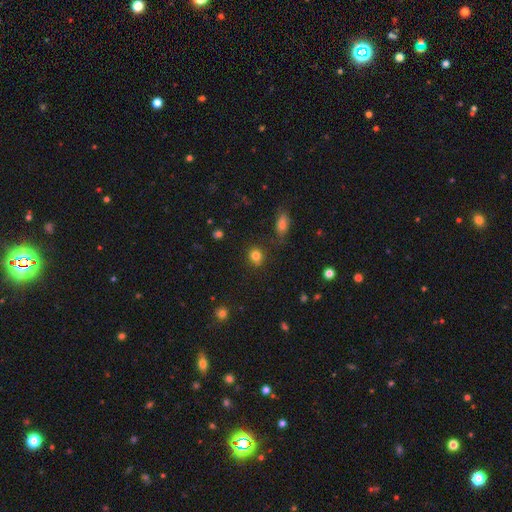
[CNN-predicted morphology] smooth_or_featured: smooth (p=0.79) [alt: star or artifact p=0.15]
how_rounded: round (p=0.77) [alt: in between p=0.22]
merging: none (p=0.76) [alt: minor disturbance p=0.14]